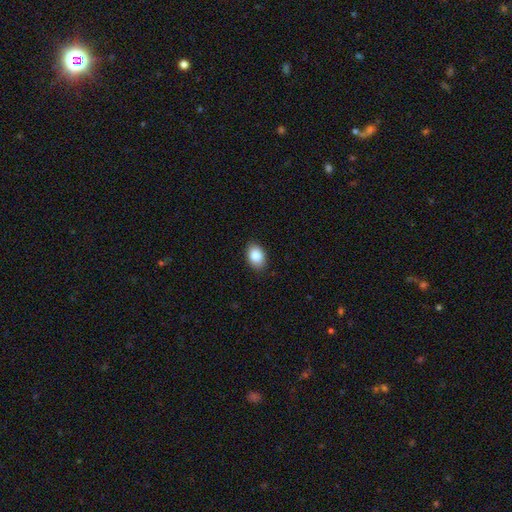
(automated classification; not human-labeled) A smooth galaxy with no disk features (85%) that is in between round and cigar-shaped (83%).

Vote fractions:
- Smooth or featured? smooth: 85% / star or artifact: 8% / featured or disk: 7%
- How rounded? in between: 83% / round: 15% / cigar-shaped: 1%
- Merging? none: 89% / minor disturbance: 8% / major disturbance: 2% / merger: 1%